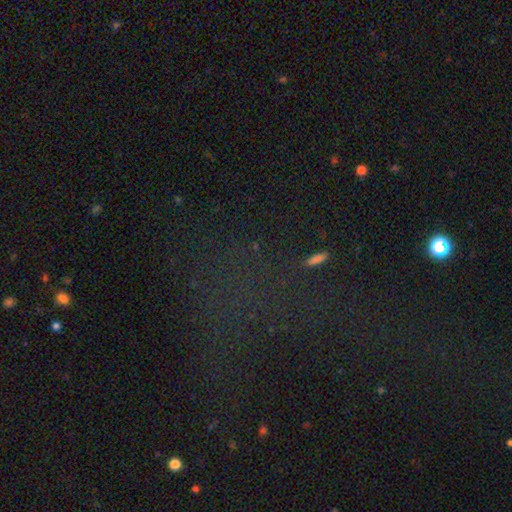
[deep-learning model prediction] star or artifact 60%, smooth 24%, featured or disk 16%.